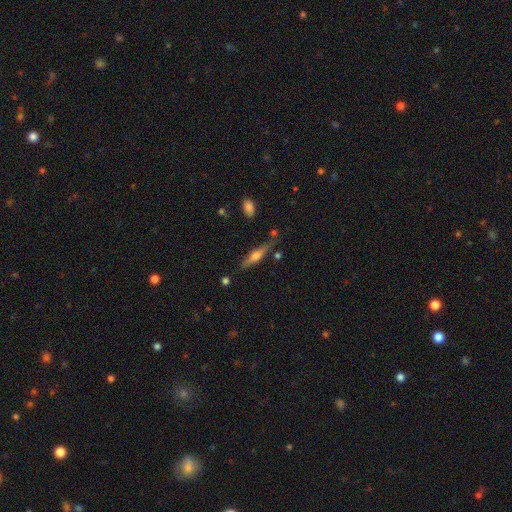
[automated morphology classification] A featured or disk galaxy (49%).

Vote fractions:
- Smooth or featured? featured or disk: 49% / smooth: 43% / star or artifact: 7%
- Merging? none: 74% / minor disturbance: 16% / merger: 5% / major disturbance: 4%